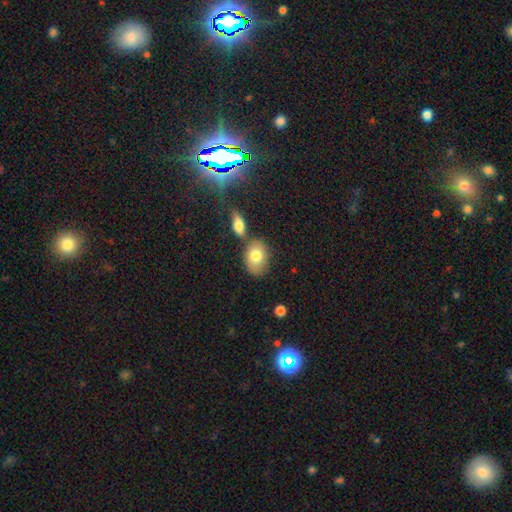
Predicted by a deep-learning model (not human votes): A smooth galaxy with no disk features (78%) that is in between round and cigar-shaped (77%).

Vote fractions:
- Smooth or featured? smooth: 78% / featured or disk: 14% / star or artifact: 8%
- How rounded? in between: 77% / round: 22% / cigar-shaped: 1%
- Merging? none: 61% / merger: 20% / minor disturbance: 15% / major disturbance: 4%